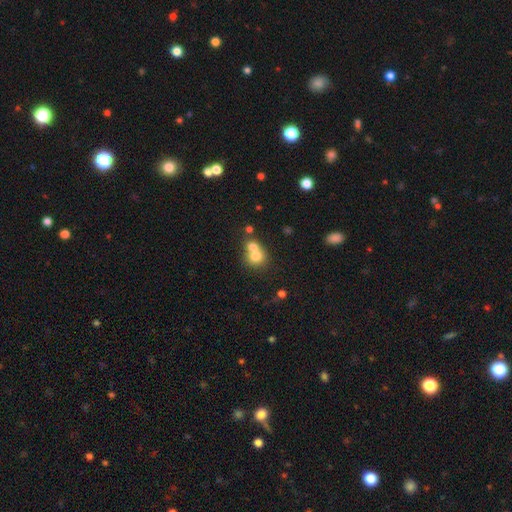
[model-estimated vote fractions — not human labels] This appears to be a smooth galaxy with no disk features (72%) that is round (74%). Merging: merger (64%).